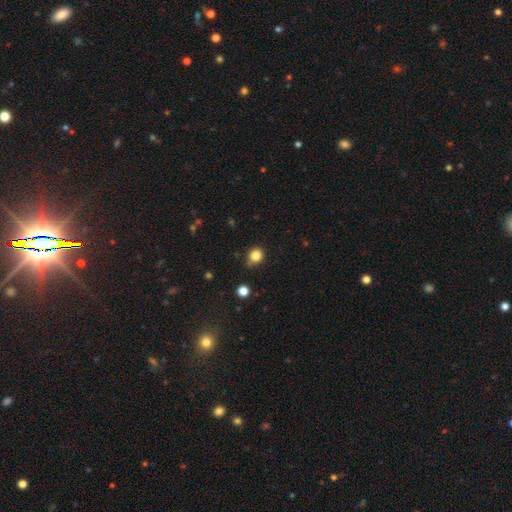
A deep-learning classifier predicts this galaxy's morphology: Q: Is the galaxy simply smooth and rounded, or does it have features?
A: smooth — 83%.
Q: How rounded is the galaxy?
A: round — 81%.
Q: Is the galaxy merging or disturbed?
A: none — 68%.